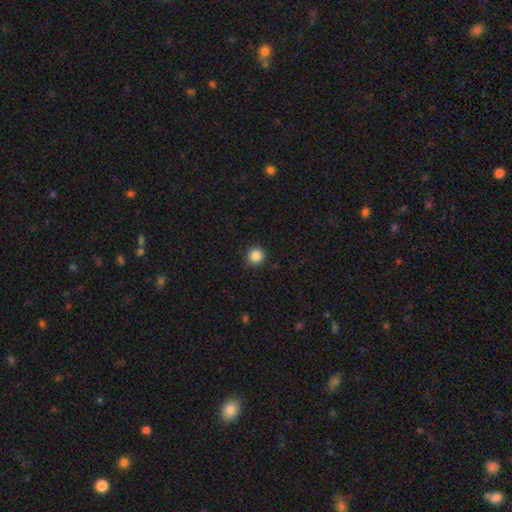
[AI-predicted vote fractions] smooth_or_featured: smooth (p=0.86) [alt: star or artifact p=0.11]
how_rounded: round (p=0.96) [alt: in between p=0.03]
merging: none (p=0.92) [alt: minor disturbance p=0.06]